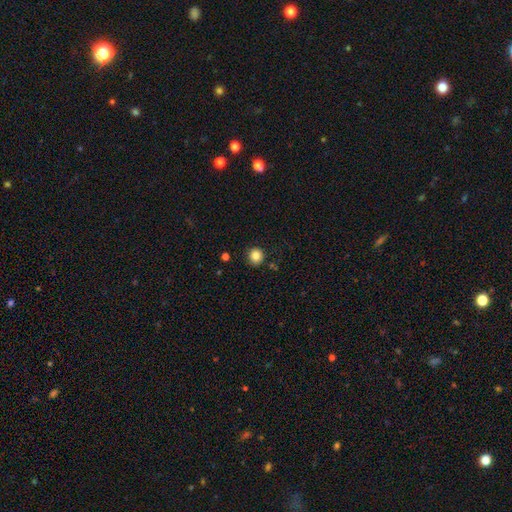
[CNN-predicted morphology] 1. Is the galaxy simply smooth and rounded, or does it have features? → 84% smooth, 11% star or artifact, 5% featured or disk.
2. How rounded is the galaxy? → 90% round, 9% in between, 1% cigar-shaped.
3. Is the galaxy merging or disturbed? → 89% none, 7% minor disturbance, 2% major disturbance, 2% merger.